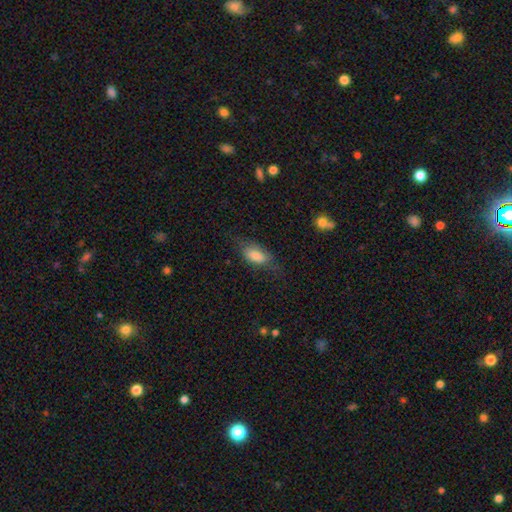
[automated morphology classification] Smooth or featured?
  - smooth: 76% *
  - featured or disk: 16%
  - star or artifact: 8%
How rounded?
  - in between: 86% *
  - cigar-shaped: 9%
  - round: 6%
Merging?
  - none: 56% *
  - minor disturbance: 26%
  - major disturbance: 15%
  - merger: 2%